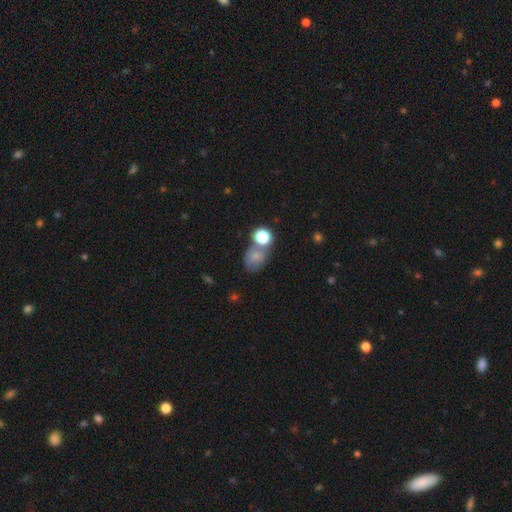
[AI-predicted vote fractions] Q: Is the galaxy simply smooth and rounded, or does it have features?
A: smooth — 71%.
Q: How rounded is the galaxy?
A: in between — 52%.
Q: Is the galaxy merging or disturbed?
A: none — 44%.